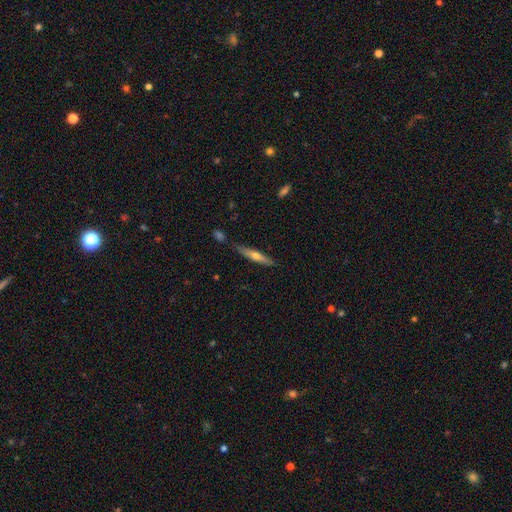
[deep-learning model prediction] Smooth or featured? featured or disk (48%)
Merging? none (78%)